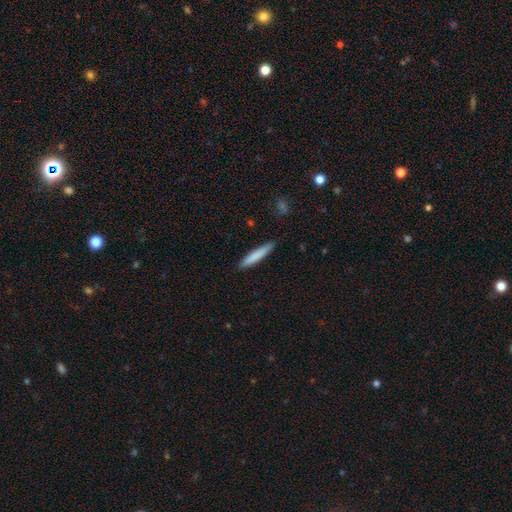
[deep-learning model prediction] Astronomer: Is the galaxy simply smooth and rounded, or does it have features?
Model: smooth — 80%.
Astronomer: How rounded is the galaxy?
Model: cigar-shaped — 92%.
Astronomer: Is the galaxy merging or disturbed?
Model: none — 88%.